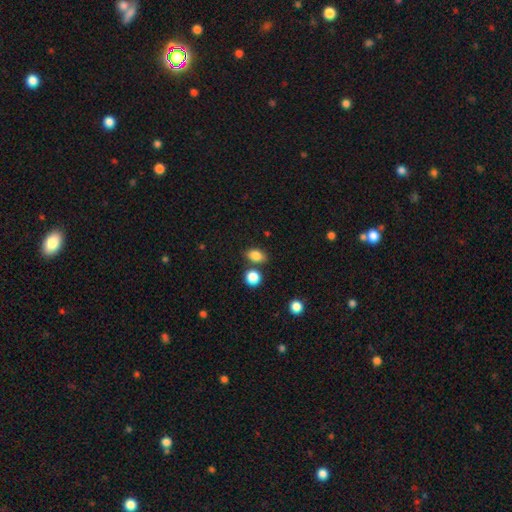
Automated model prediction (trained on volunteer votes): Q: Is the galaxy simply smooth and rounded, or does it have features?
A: smooth — 84%.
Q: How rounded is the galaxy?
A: in between — 76%.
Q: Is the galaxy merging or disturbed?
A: none — 73%.